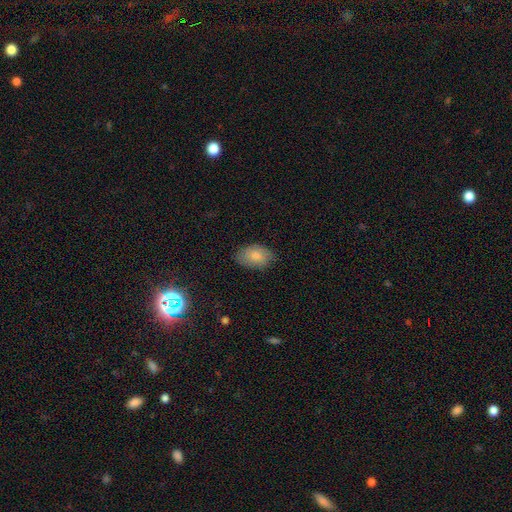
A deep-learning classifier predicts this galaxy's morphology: A smooth galaxy with no disk features (81%) that is in between round and cigar-shaped (90%). Merging: none (80%).